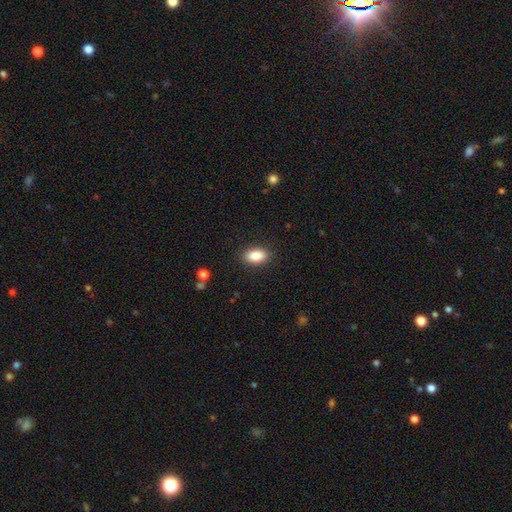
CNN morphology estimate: smooth 87%, star or artifact 8%, featured or disk 5%. Down the decision tree: how rounded — in between (91%); merging — none (88%).